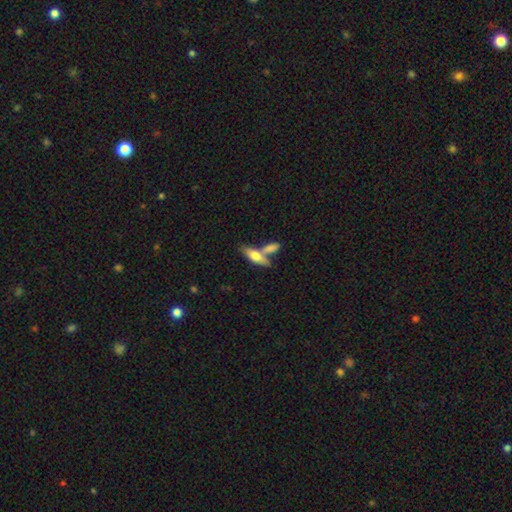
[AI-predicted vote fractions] This appears to be a smooth galaxy with no disk features (62%) that is in between round and cigar-shaped (56%). Merging: none (45%).